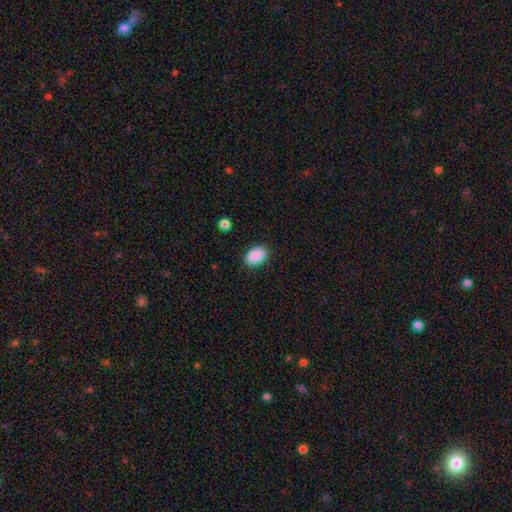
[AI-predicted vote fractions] The model was most divided on "how rounded": in between: 83%, round: 16%, cigar-shaped: 1%. More confident: smooth or featured — smooth (90%); merging — none (87%).